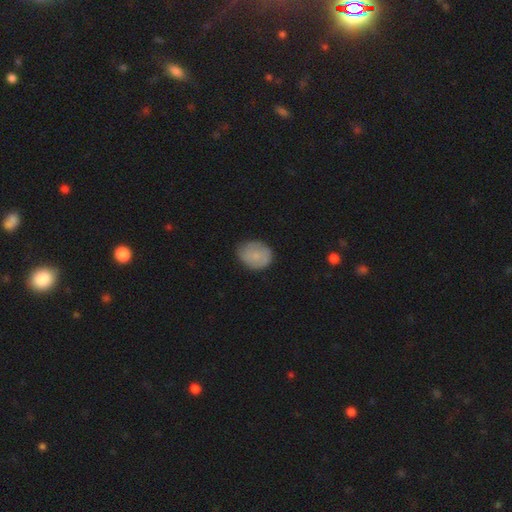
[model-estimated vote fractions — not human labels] This is likely a smooth galaxy (77%). How rounded: possibly round (53%). Merging: likely none (72%).